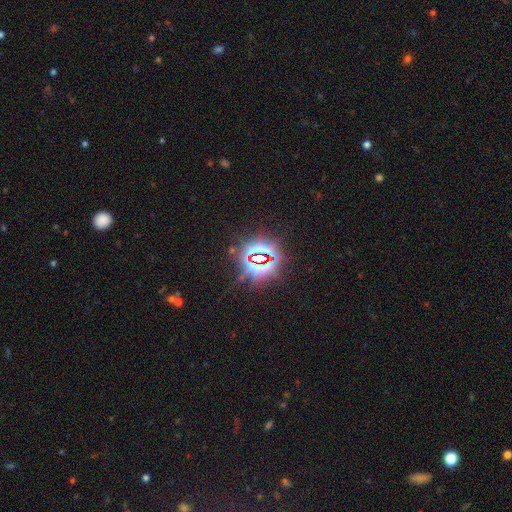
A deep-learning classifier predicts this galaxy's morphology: Smooth or featured? star or artifact (83%)